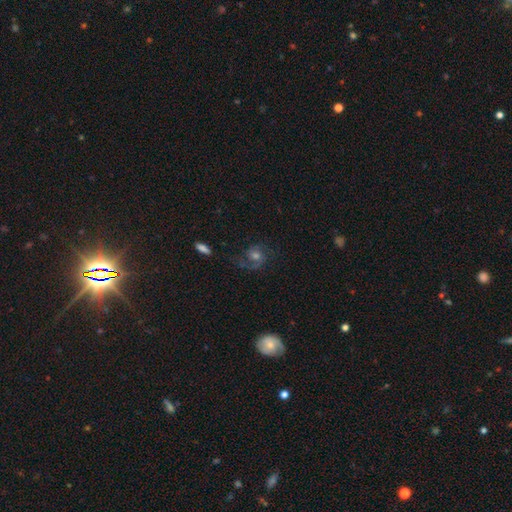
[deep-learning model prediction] Q: Smooth or featured?
A: featured or disk (72%); runner-up: smooth (17%)
Q: Edge-on disk?
A: no (97%); runner-up: yes (3%)
Q: Bar?
A: no (65%); runner-up: weak (29%)
Q: Spiral arms?
A: yes (94%); runner-up: no (6%)
Q: Spiral winding?
A: medium (50%); runner-up: loose (30%)
Q: Spiral arm count?
A: 2 (69%); runner-up: 1 (21%)
Q: Bulge size?
A: moderate (59%); runner-up: small (25%)
Q: Merging?
A: none (64%); runner-up: major disturbance (17%)